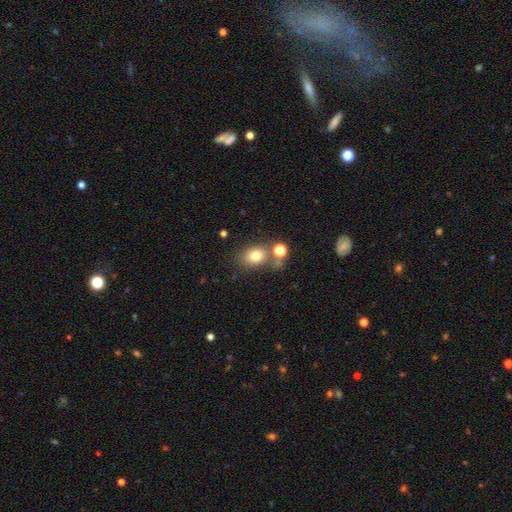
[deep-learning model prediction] Smooth or featured: smooth — 78% (star or artifact — 12%)
How rounded: in between — 56% (round — 43%)
Merging: none — 58% (merger — 20%)